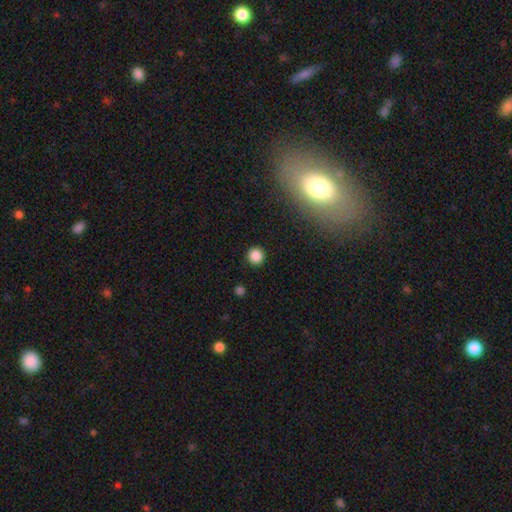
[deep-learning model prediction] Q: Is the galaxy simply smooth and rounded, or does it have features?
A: smooth — 85%.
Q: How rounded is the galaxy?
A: round — 95%.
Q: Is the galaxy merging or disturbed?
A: none — 92%.